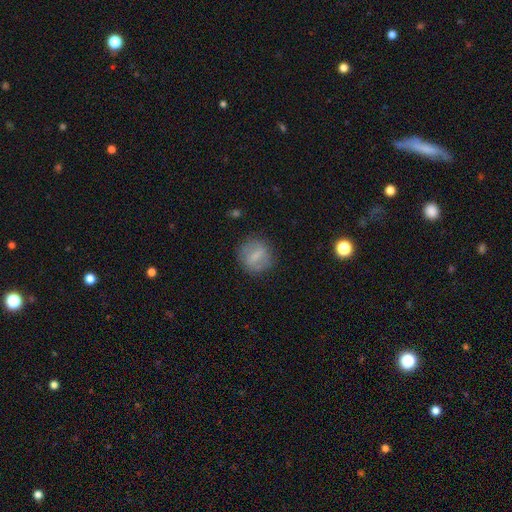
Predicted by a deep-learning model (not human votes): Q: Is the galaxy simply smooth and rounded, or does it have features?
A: smooth — 58%.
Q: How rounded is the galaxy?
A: round — 79%.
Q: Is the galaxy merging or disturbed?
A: none — 80%.